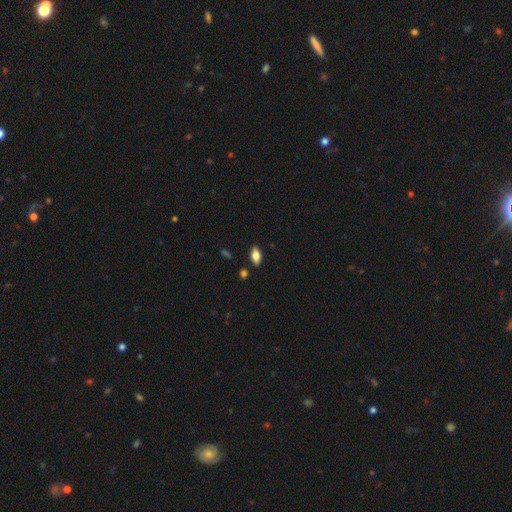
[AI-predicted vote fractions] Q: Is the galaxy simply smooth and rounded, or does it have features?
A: smooth — 76%.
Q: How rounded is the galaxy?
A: in between — 89%.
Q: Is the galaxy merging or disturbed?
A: none — 87%.